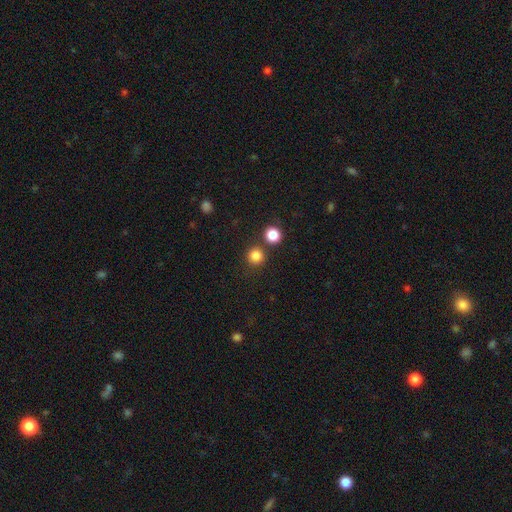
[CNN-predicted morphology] A smooth galaxy with no disk features (83%) that is round (94%).

Vote fractions:
- Smooth or featured? smooth: 83% / star or artifact: 13% / featured or disk: 4%
- How rounded? round: 94% / in between: 5% / cigar-shaped: 1%
- Merging? none: 81% / merger: 11% / minor disturbance: 6% / major disturbance: 2%